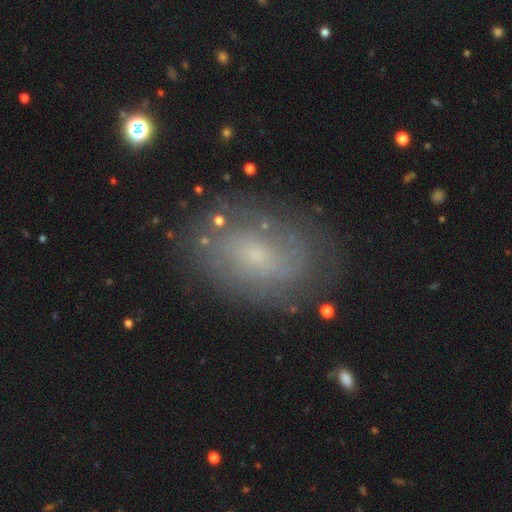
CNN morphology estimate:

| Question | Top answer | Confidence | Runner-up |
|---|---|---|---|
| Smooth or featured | featured or disk | 53% | smooth (35%) |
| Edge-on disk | no | 95% | yes (5%) |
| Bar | no | 72% | weak (24%) |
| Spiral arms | yes | 67% | no (33%) |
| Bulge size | small | 75% | moderate (17%) |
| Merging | none | 76% | minor disturbance (16%) |